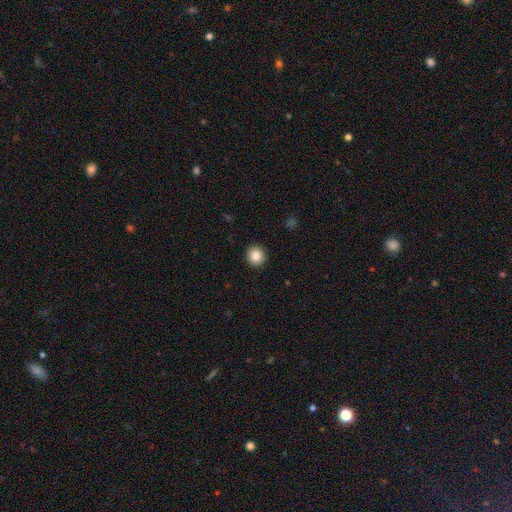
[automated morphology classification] This is clearly a smooth galaxy (85%). How rounded: clearly round (93%). Merging: clearly none (93%).